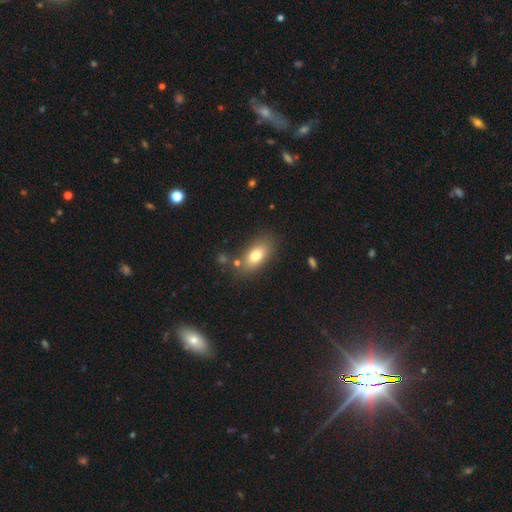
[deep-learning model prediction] smooth_or_featured: smooth (p=0.76) [alt: featured or disk p=0.15]
how_rounded: in between (p=0.87) [alt: round p=0.07]
merging: none (p=0.77) [alt: minor disturbance p=0.12]